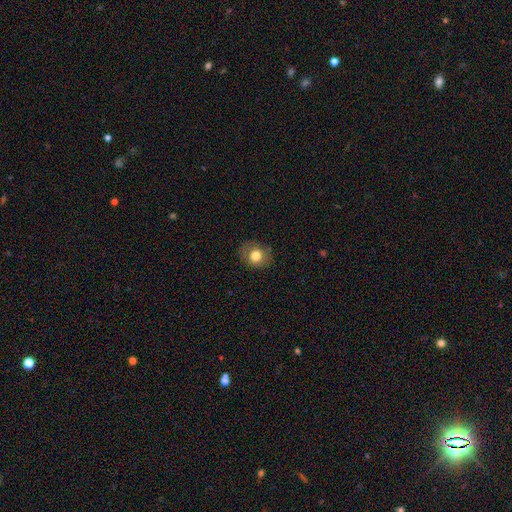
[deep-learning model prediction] Smooth or featured: smooth — 77% (featured or disk — 14%)
How rounded: round — 64% (in between — 35%)
Merging: none — 83% (minor disturbance — 12%)